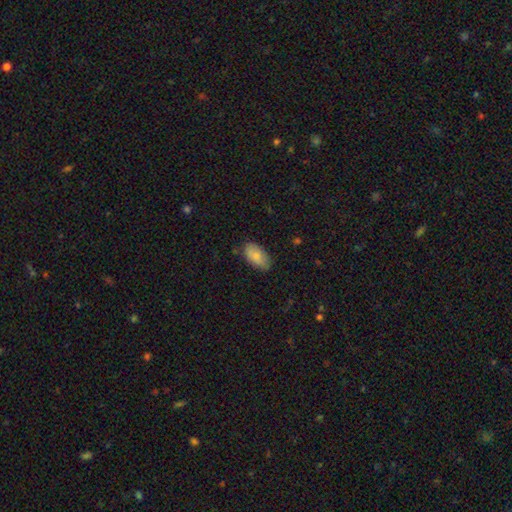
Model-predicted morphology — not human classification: This appears to be a smooth galaxy with no disk features (81%) that is in between round and cigar-shaped (94%). Merging: none (78%).